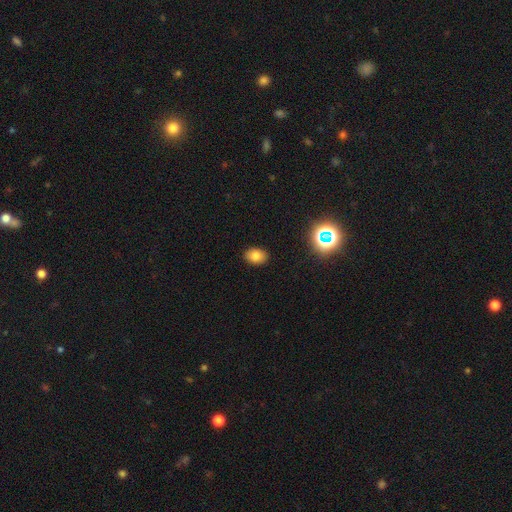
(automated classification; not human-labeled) A smooth galaxy with no disk features (78%) that is in between round and cigar-shaped (77%).

Vote fractions:
- Smooth or featured? smooth: 78% / star or artifact: 14% / featured or disk: 8%
- How rounded? in between: 77% / round: 22% / cigar-shaped: 1%
- Merging? none: 89% / minor disturbance: 8% / major disturbance: 2% / merger: 1%